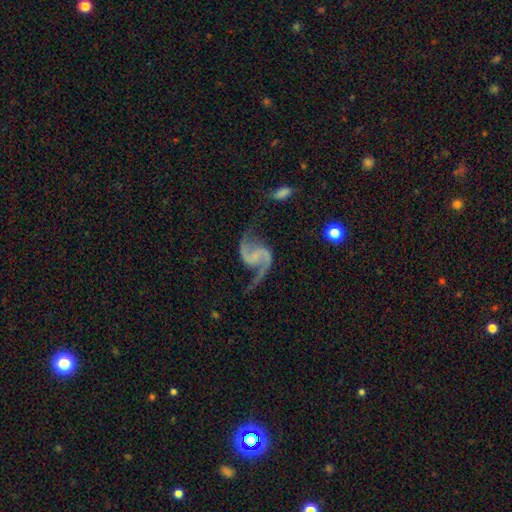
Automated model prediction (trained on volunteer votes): smooth-or-featured: featured or disk: 92% | star or artifact: 4% | smooth: 3%
  disk-edge-on: no: 98% | yes: 2%
    bar: no: 49% | weak: 38% | strong: 13%
    has-spiral-arms: yes: 98% | no: 2%
      spiral-winding: loose: 59% | medium: 35% | tight: 6%
      spiral-arm-count: 2: 94% | 1: 2% | can't tell: 1% | 3: 1% | 4: 1% | more than 4: 1%
    bulge-size: none: 51% | small: 37% | moderate: 9% | large: 2% | dominant: 1%
  merging: none: 69% | minor disturbance: 17% | major disturbance: 11% | merger: 3%